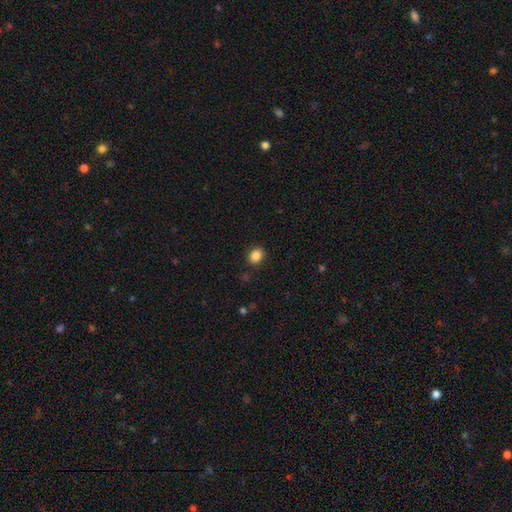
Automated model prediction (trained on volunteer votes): This appears to be a smooth galaxy with no disk features (86%) that is in between round and cigar-shaped (54%). Merging: none (87%).